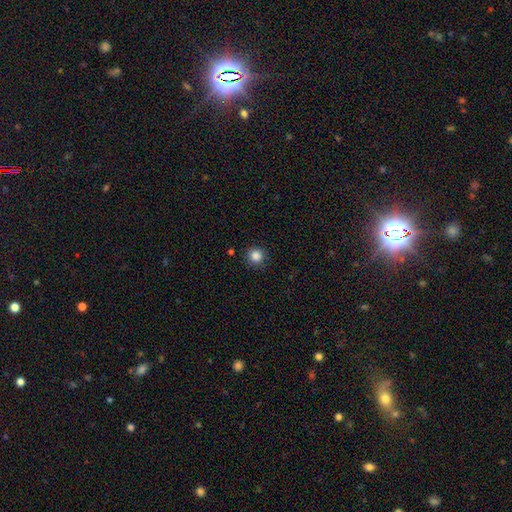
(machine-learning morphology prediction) Overall: smooth (86%). How rounded: round (93%). Merging: none (89%).